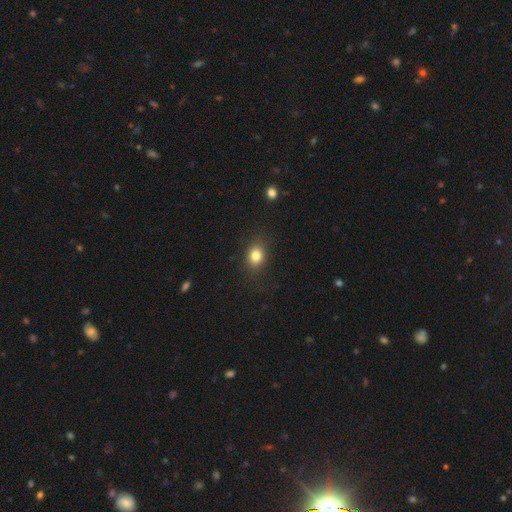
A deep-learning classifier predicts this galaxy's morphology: This appears to be a smooth galaxy with no disk features (81%) that is in between round and cigar-shaped (52%). Merging: none (83%).